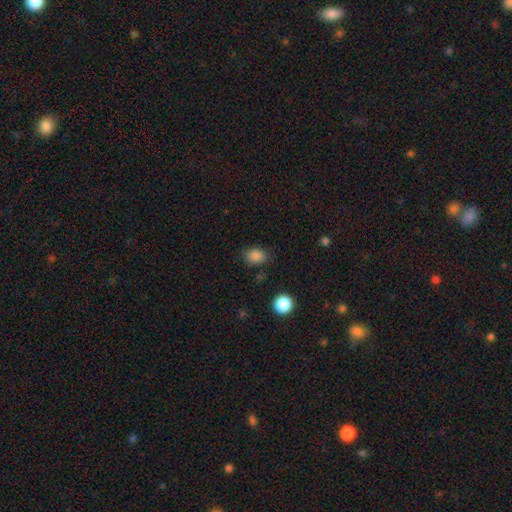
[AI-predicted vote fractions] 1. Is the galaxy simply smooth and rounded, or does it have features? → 85% smooth, 11% star or artifact, 4% featured or disk.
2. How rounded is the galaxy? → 61% in between, 38% round, 1% cigar-shaped.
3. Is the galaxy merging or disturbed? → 79% none, 15% minor disturbance, 4% major disturbance, 2% merger.